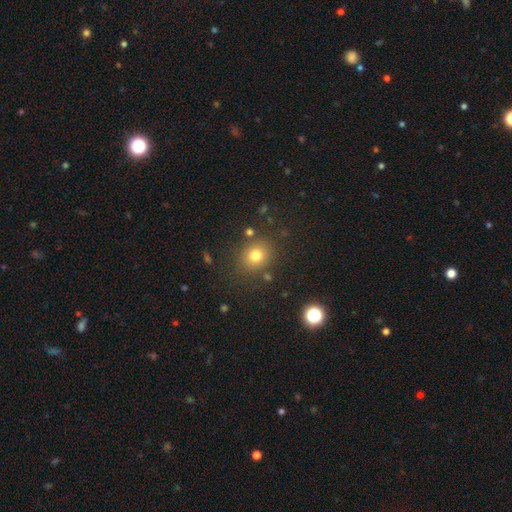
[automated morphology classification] smooth_or_featured: smooth (p=0.76) [alt: star or artifact p=0.15]
how_rounded: round (p=0.74) [alt: in between p=0.25]
merging: none (p=0.82) [alt: minor disturbance p=0.10]